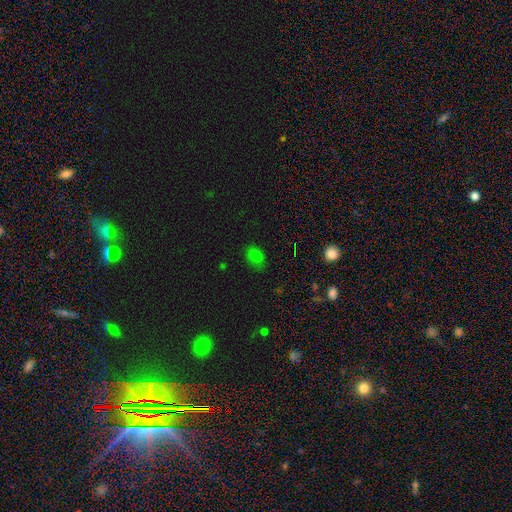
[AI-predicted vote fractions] Morphology: type=smooth (74%); roundness=in between (73%); merging=none (77%).